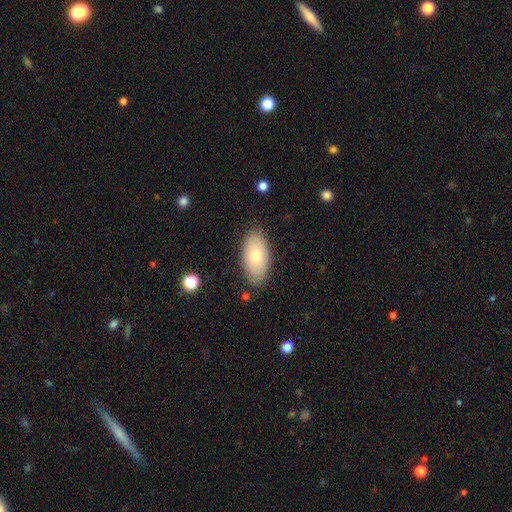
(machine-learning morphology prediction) The model was most divided on "smooth or featured": smooth: 69%, featured or disk: 24%, star or artifact: 7%. More confident: how rounded — in between (93%); merging — none (85%).